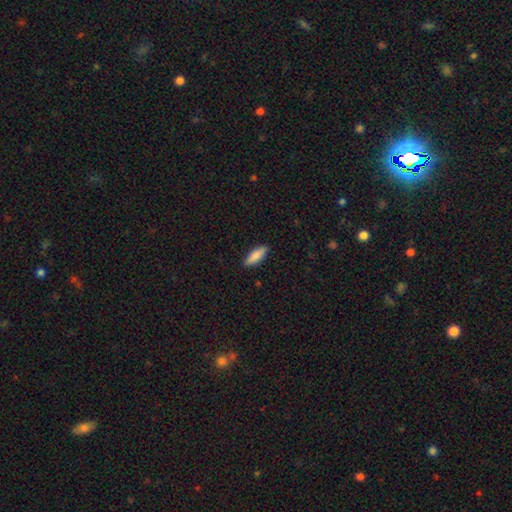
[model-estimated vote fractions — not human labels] Overall: smooth (83%). How rounded: in between (55%; cigar-shaped 43%). Merging: none (89%).